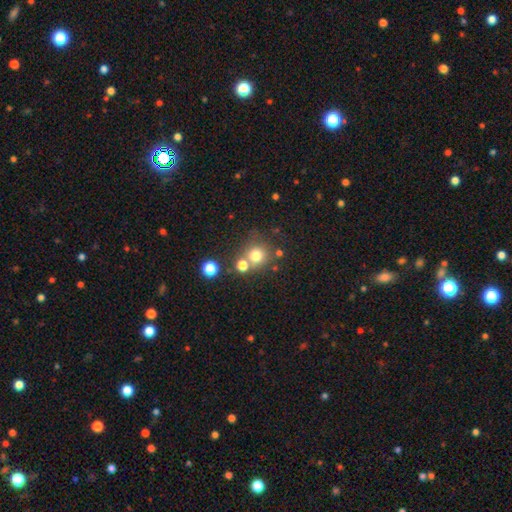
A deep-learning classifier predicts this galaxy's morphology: The model was most divided on "merging": none: 65%, merger: 22%, minor disturbance: 9%, major disturbance: 4%. More confident: how rounded — round (90%); smooth or featured — smooth (74%).